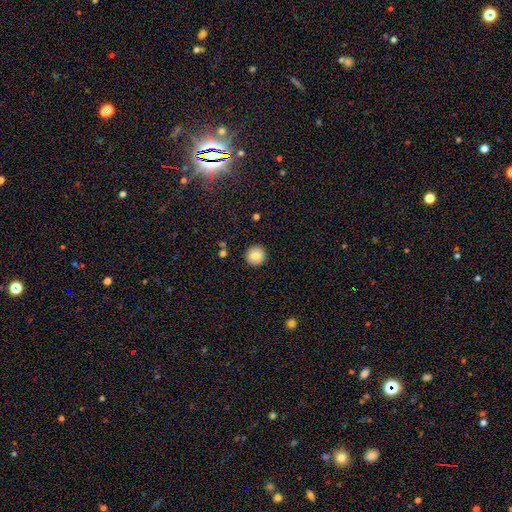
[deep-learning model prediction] smooth_or_featured: smooth (p=0.82) [alt: featured or disk p=0.09]
how_rounded: round (p=0.94) [alt: in between p=0.05]
merging: none (p=0.92) [alt: minor disturbance p=0.05]